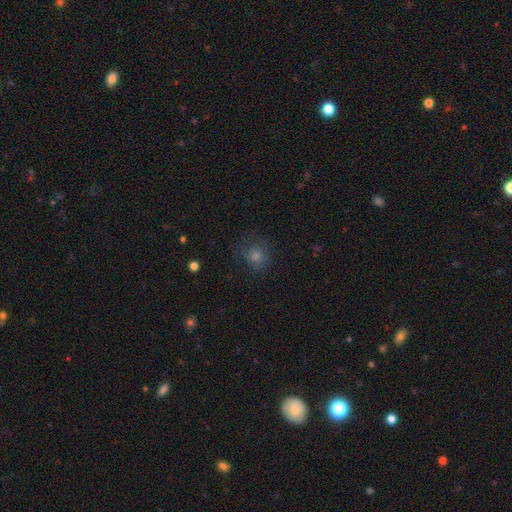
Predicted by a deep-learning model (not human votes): Smooth or featured?
  - smooth: 61% *
  - star or artifact: 25%
  - featured or disk: 14%
How rounded?
  - round: 83% *
  - in between: 16%
  - cigar-shaped: 1%
Merging?
  - none: 76% *
  - minor disturbance: 15%
  - major disturbance: 8%
  - merger: 1%